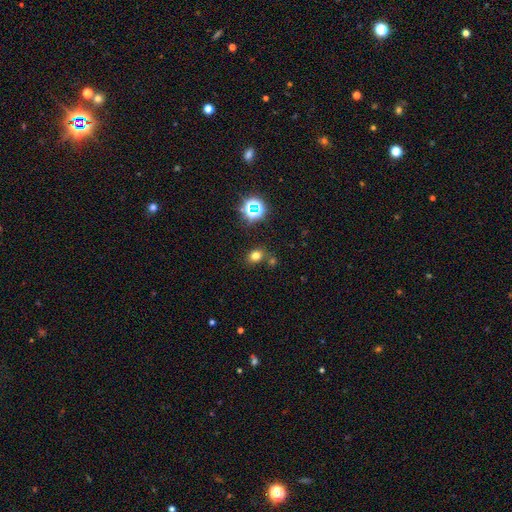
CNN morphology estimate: This appears to be a smooth galaxy with no disk features (71%) that is round (55%). Merging: none (72%).